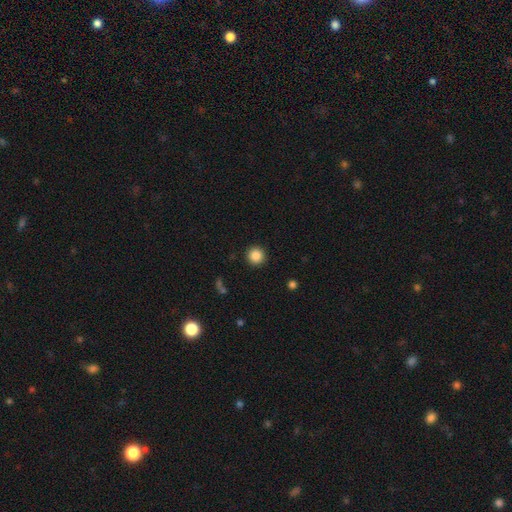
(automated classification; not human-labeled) smooth-or-featured: smooth: 86% | star or artifact: 10% | featured or disk: 4%
  how-rounded: round: 95% | in between: 4% | cigar-shaped: 1%
  merging: none: 92% | minor disturbance: 5% | major disturbance: 2% | merger: 1%